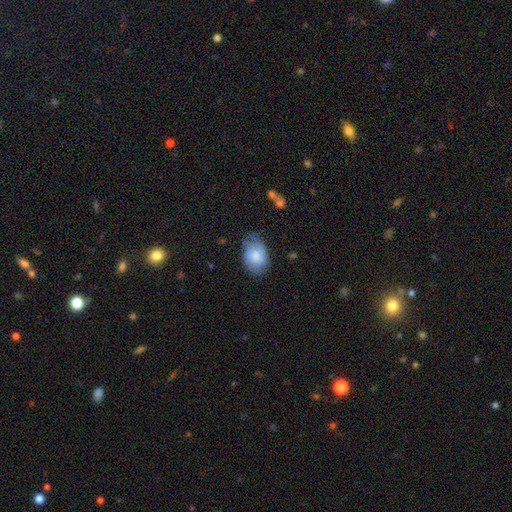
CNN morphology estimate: Q: Smooth or featured?
A: smooth (68%); runner-up: featured or disk (25%)
Q: How rounded?
A: in between (83%); runner-up: round (16%)
Q: Merging?
A: none (54%); runner-up: minor disturbance (34%)